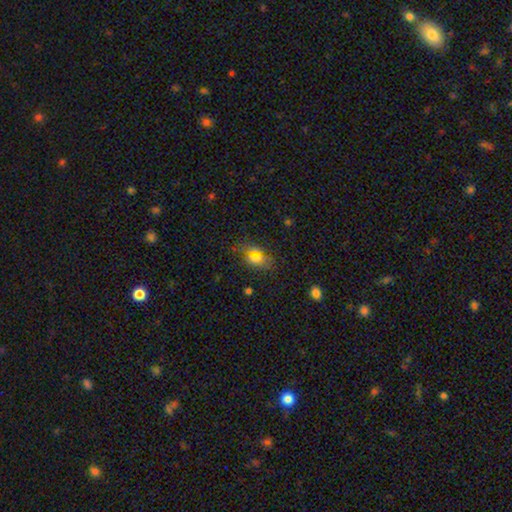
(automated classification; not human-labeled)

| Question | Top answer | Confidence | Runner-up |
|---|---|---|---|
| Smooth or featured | smooth | 63% | star or artifact (22%) |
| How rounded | in between | 79% | round (15%) |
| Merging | none | 75% | minor disturbance (16%) |